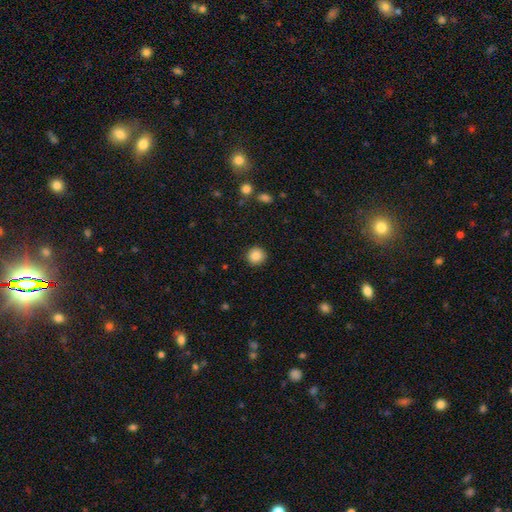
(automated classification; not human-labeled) A smooth galaxy with no disk features (86%) that is round (93%). Merging: none (91%).